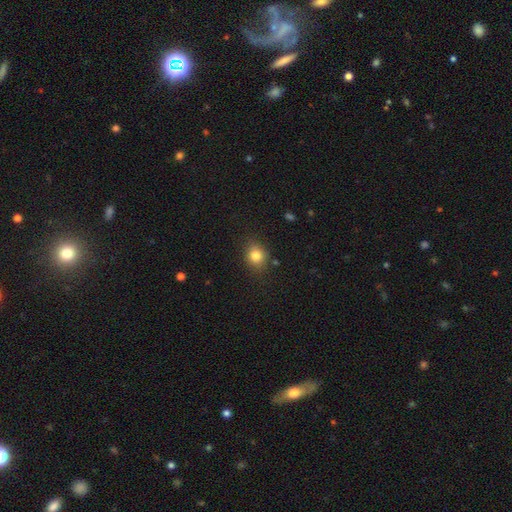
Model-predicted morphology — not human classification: Overall: smooth (82%). How rounded: round (66%; in between 33%). Merging: none (81%).